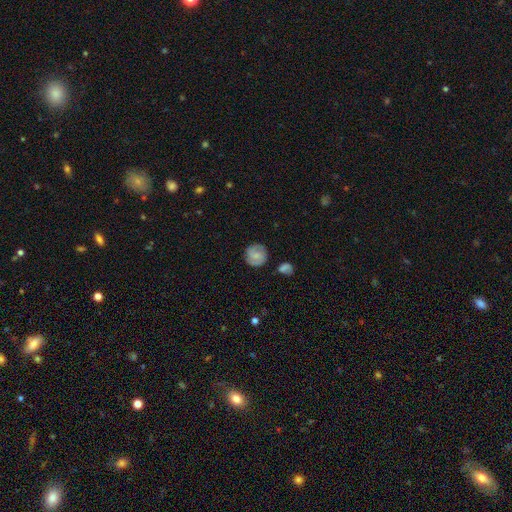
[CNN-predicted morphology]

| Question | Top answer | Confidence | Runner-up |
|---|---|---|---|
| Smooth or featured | smooth | 52% | featured or disk (40%) |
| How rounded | round | 89% | in between (9%) |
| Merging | none | 81% | minor disturbance (12%) |